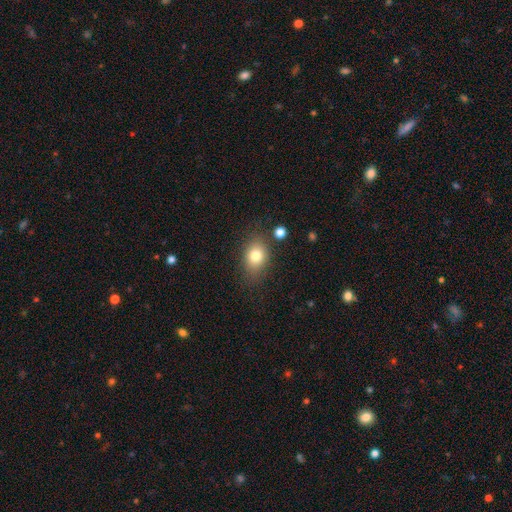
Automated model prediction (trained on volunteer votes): The model was most divided on "how rounded": in between: 67%, round: 32%, cigar-shaped: 1%. More confident: smooth or featured — smooth (79%); merging — none (76%).